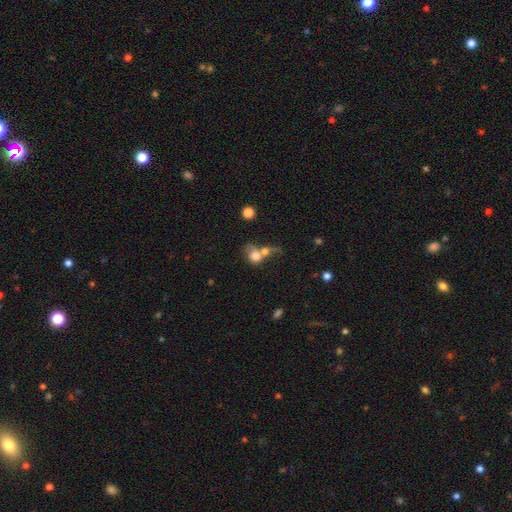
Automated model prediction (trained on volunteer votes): Smooth or featured? Predicted: smooth (p=0.71). How rounded? Predicted: round (p=0.56). Merging? Predicted: merger (p=0.64).